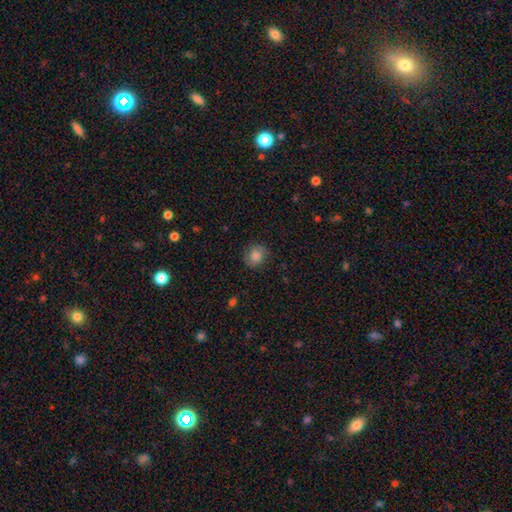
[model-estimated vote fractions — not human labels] smooth_or_featured: smooth (p=0.66) [alt: featured or disk p=0.23]
how_rounded: round (p=0.78) [alt: in between p=0.21]
merging: none (p=0.80) [alt: minor disturbance p=0.15]